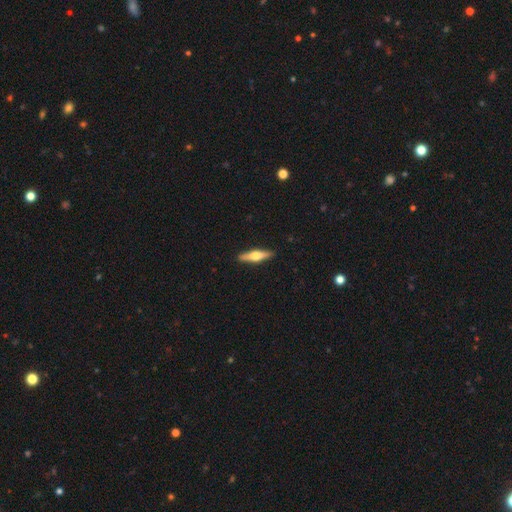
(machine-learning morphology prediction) A featured or disk galaxy (53%) viewed edge-on (95%).

Vote fractions:
- Smooth or featured? featured or disk: 53% / smooth: 42% / star or artifact: 5%
- Edge-on disk? yes: 95% / no: 5%
- Merging? none: 91% / minor disturbance: 7% / major disturbance: 1% / merger: 1%